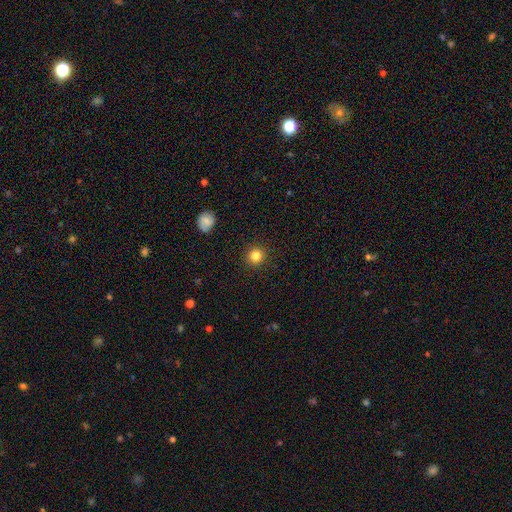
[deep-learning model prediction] Smooth or featured? Predicted: smooth (p=0.84). How rounded? Predicted: round (p=0.94). Merging? Predicted: none (p=0.92).